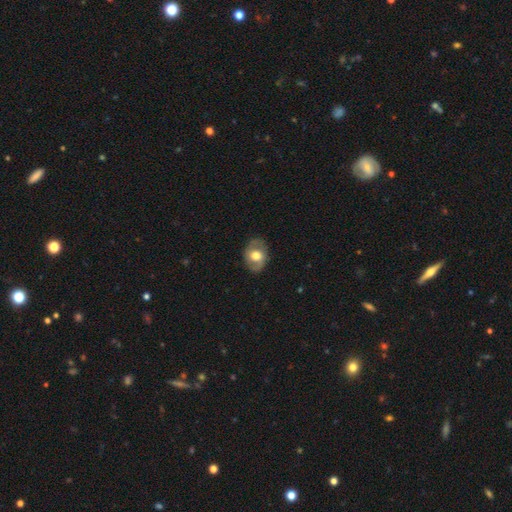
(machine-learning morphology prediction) A smooth galaxy with no disk features (47%). Merging: none (81%).